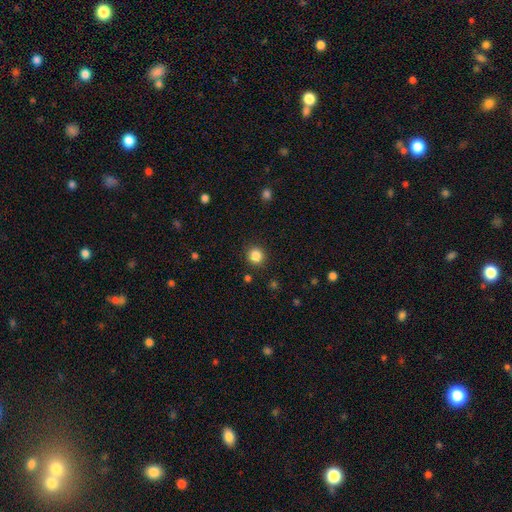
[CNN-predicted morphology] Smooth or featured? smooth (85%)
How rounded? round (92%)
Merging? none (90%)